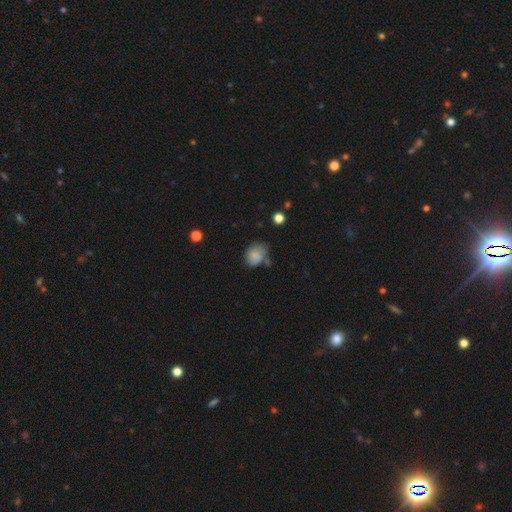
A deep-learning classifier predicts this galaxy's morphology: Q: Smooth or featured?
A: smooth (78%); runner-up: featured or disk (12%)
Q: How rounded?
A: in between (55%); runner-up: round (44%)
Q: Merging?
A: none (49%); runner-up: minor disturbance (30%)